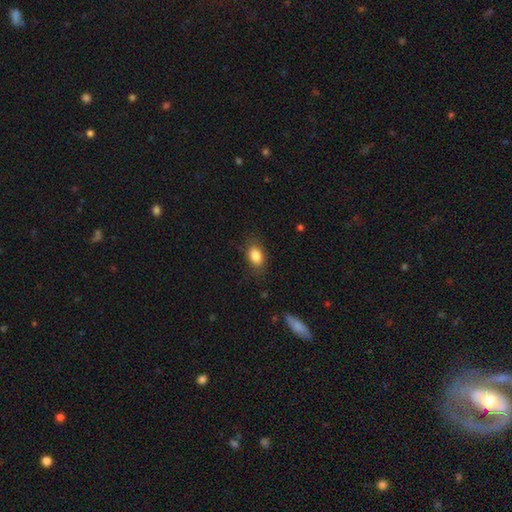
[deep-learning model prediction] Smooth or featured? smooth (85%)
How rounded? in between (82%)
Merging? none (78%)